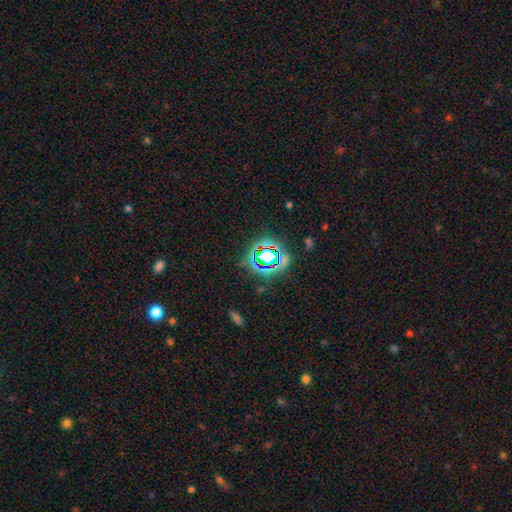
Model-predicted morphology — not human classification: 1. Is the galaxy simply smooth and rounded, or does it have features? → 71% star or artifact, 18% smooth, 11% featured or disk.